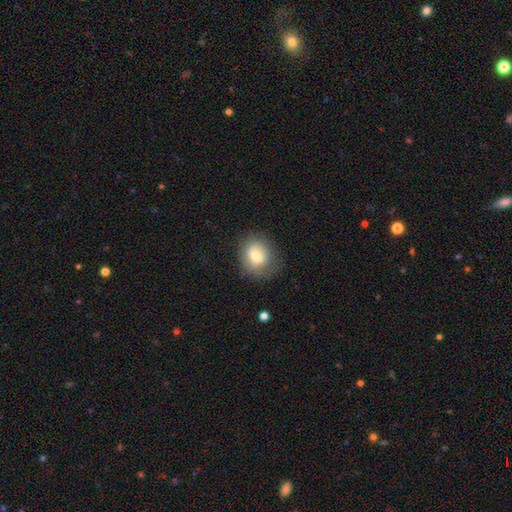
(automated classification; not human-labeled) This appears to be a smooth galaxy with no disk features (70%) that is round (59%). Merging: none (66%).